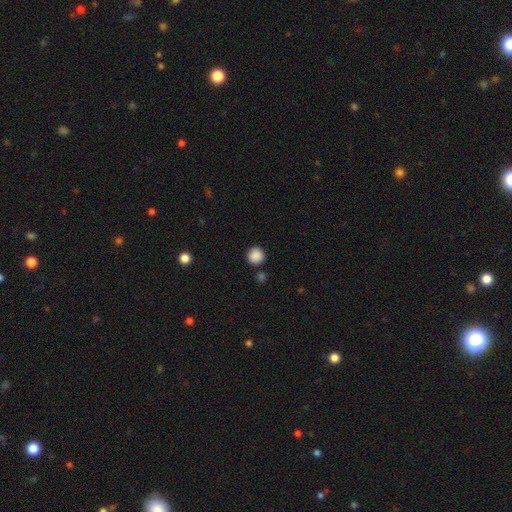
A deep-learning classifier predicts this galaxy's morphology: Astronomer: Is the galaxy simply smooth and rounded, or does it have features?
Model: smooth — 88%.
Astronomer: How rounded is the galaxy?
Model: round — 95%.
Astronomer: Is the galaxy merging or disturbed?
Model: none — 88%.